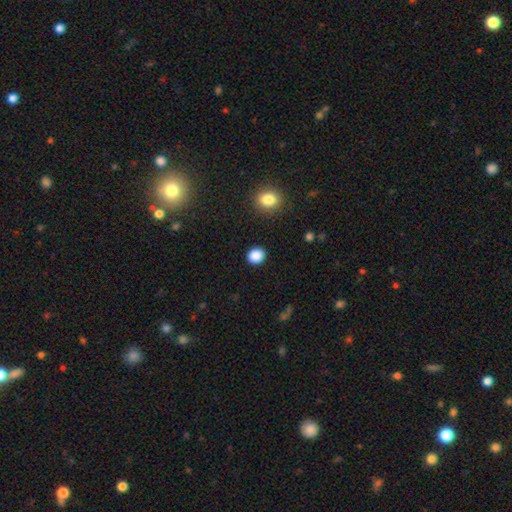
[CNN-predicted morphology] smooth_or_featured: smooth (p=0.88) [alt: star or artifact p=0.10]
how_rounded: round (p=0.75) [alt: in between p=0.24]
merging: none (p=0.90) [alt: minor disturbance p=0.06]